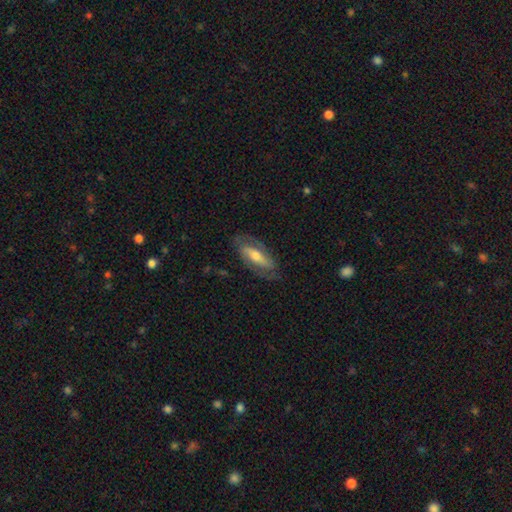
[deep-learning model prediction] Morphology: type=featured or disk (62%); edge-on=no (78%); merging=none (75%).